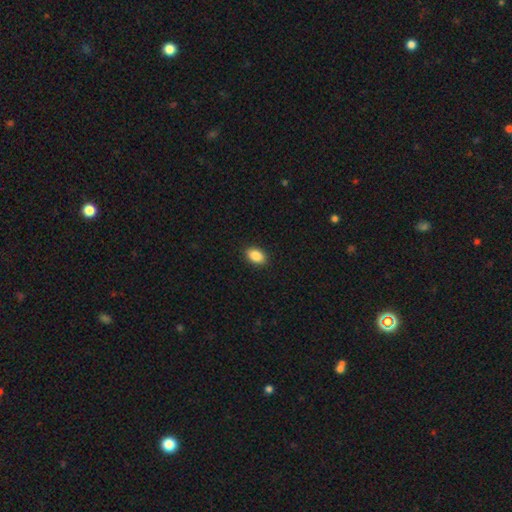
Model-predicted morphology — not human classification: Smooth or featured?
  - smooth: 88% *
  - star or artifact: 8%
  - featured or disk: 4%
How rounded?
  - in between: 88% *
  - round: 10%
  - cigar-shaped: 1%
Merging?
  - none: 91% *
  - minor disturbance: 7%
  - major disturbance: 2%
  - merger: 1%